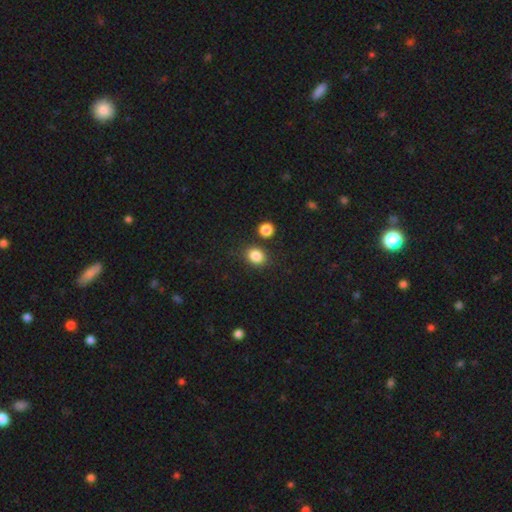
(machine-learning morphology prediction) Overall: smooth (85%). How rounded: round (59%; in between 40%). Merging: none (80%).